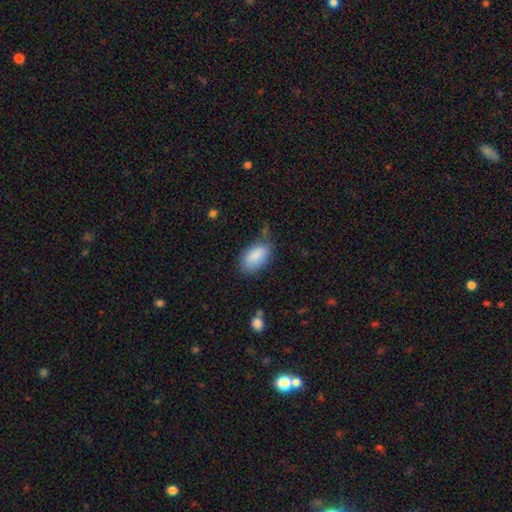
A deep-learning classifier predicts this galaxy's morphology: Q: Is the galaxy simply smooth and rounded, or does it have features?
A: smooth — 88%.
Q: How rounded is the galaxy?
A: in between — 94%.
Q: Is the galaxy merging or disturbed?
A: none — 67%.